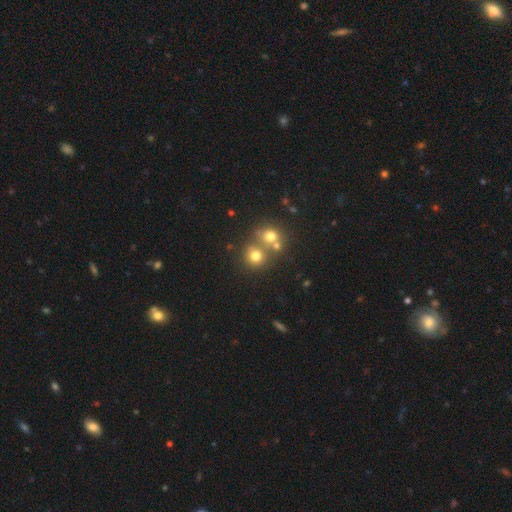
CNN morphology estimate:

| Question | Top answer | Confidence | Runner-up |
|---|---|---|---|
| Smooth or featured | smooth | 70% | star or artifact (17%) |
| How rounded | round | 85% | in between (14%) |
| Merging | none | 54% | merger (35%) |